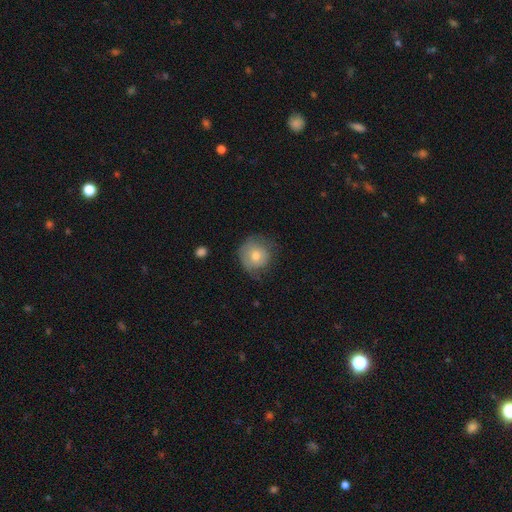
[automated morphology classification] smooth_or_featured: smooth (p=0.69) [alt: featured or disk p=0.22]
how_rounded: round (p=0.88) [alt: in between p=0.11]
merging: none (p=0.60) [alt: minor disturbance p=0.28]